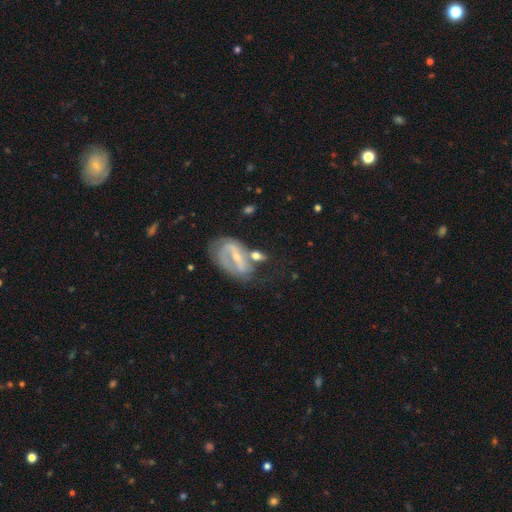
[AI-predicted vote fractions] Overall: featured or disk (78%). Edge-on disk: no (92%). Bar: strong (59%; weak 26%). Spiral arms: yes (71%). Spiral arm count: 2 (66%). Spiral winding: medium (39%; tight 33%). Bulge size: small (62%; moderate 34%). Merging: none (44%; minor disturbance 22%).